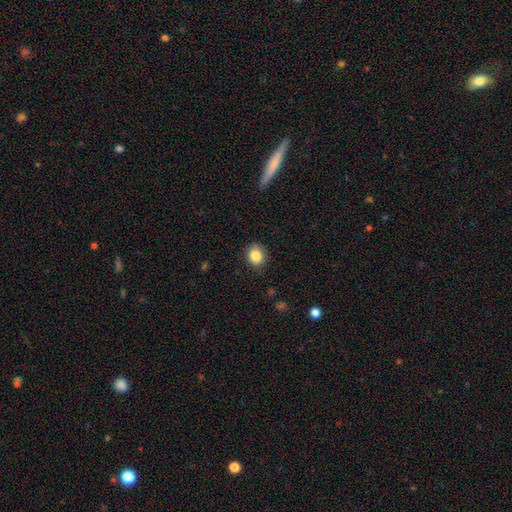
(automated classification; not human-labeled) A smooth galaxy with no disk features (84%) that is round (64%). Merging: none (87%).